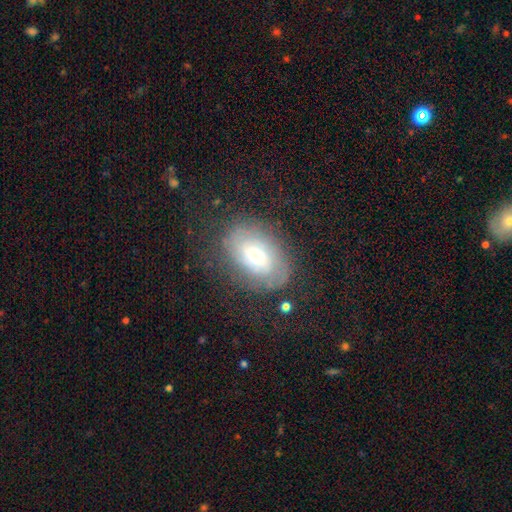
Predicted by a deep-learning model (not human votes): Smooth or featured?
  - featured or disk: 53% *
  - smooth: 38%
  - star or artifact: 10%
Edge-on disk?
  - no: 93% *
  - yes: 7%
Merging?
  - none: 69% *
  - minor disturbance: 19%
  - major disturbance: 10%
  - merger: 2%